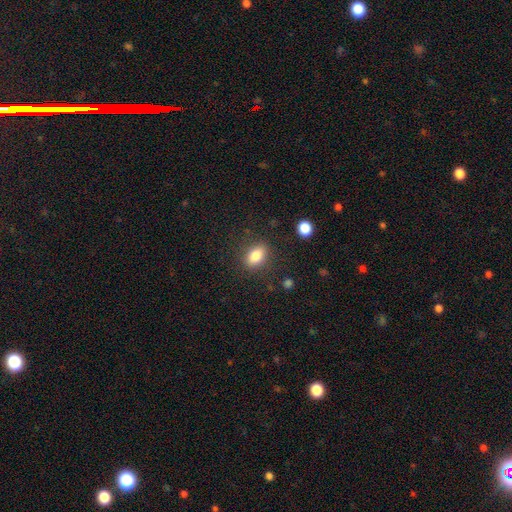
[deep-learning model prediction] Overall: smooth (83%). How rounded: in between (80%). Merging: none (85%).